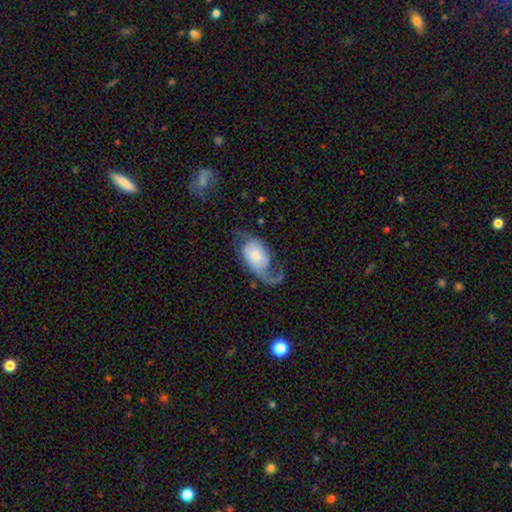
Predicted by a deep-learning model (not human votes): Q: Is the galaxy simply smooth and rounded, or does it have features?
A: featured or disk — 79%.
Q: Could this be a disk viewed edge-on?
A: no — 96%.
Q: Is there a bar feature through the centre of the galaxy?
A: no — 68%.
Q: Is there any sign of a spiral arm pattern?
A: yes — 94%.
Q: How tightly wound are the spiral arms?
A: loose — 60%.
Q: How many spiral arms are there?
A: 2 — 80%.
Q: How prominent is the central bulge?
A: small — 34%.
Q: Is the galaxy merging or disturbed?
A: none — 50%.